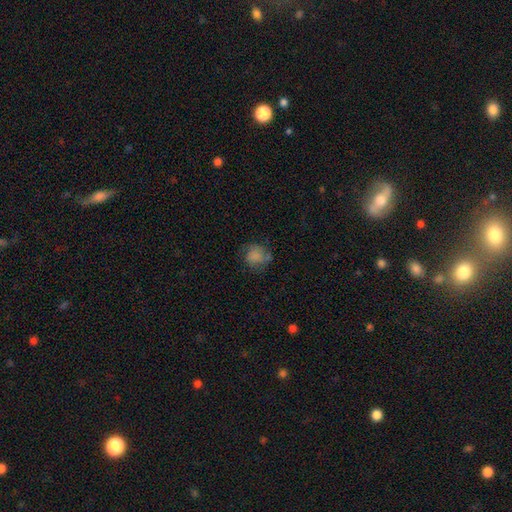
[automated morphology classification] This is likely a smooth galaxy (72%). How rounded: likely round (74%). Merging: possibly none (56%).